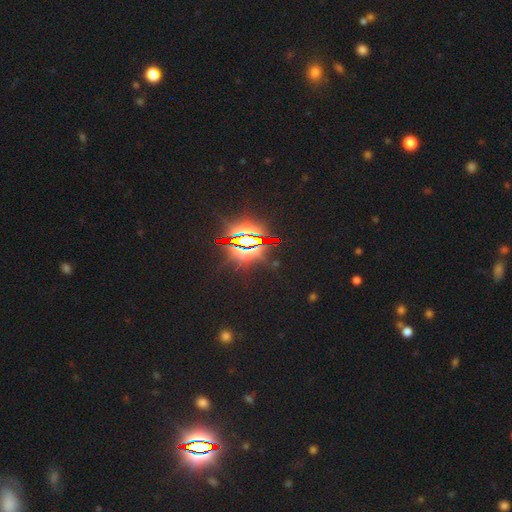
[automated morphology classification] A star or artifact, not a galaxy (86%).